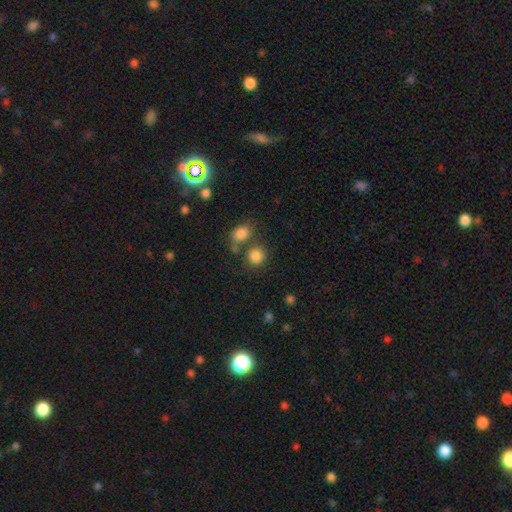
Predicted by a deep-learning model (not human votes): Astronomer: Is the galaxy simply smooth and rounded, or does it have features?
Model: smooth — 84%.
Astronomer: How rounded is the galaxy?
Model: round — 80%.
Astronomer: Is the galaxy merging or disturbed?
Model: none — 63%.